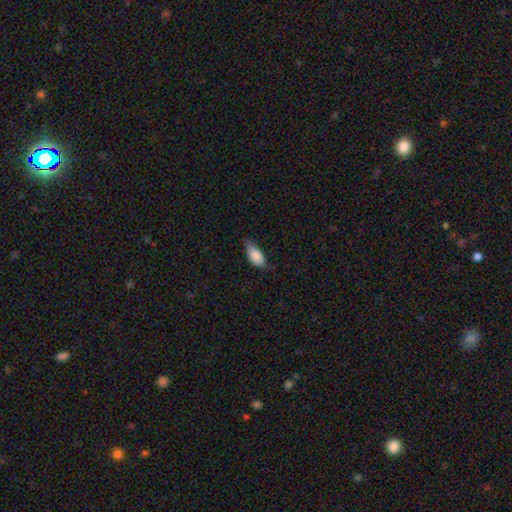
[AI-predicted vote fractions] Smooth or featured?
  - smooth: 86% *
  - featured or disk: 7%
  - star or artifact: 6%
How rounded?
  - in between: 89% *
  - cigar-shaped: 8%
  - round: 2%
Merging?
  - none: 60% *
  - minor disturbance: 33%
  - major disturbance: 6%
  - merger: 1%